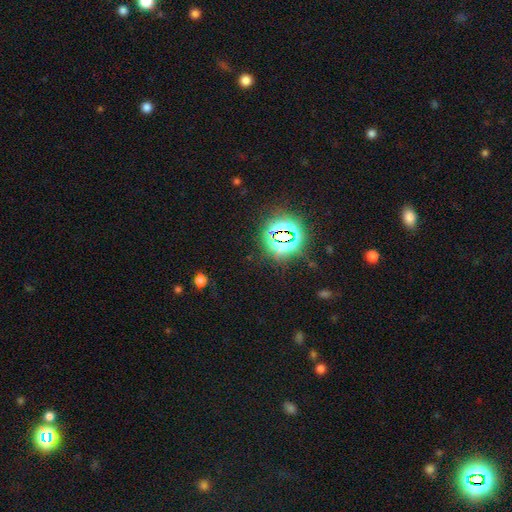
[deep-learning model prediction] This is likely a star or artifact rather than a galaxy (78%).